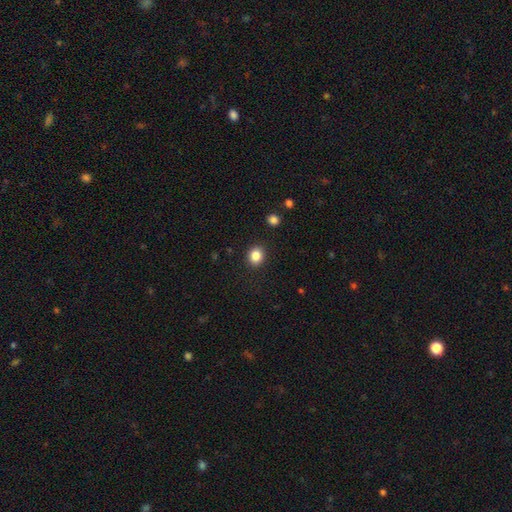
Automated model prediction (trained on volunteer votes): A smooth galaxy with no disk features (85%) that is round (73%).

Vote fractions:
- Smooth or featured? smooth: 85% / star or artifact: 10% / featured or disk: 5%
- How rounded? round: 73% / in between: 26% / cigar-shaped: 1%
- Merging? none: 90% / minor disturbance: 6% / major disturbance: 2% / merger: 1%